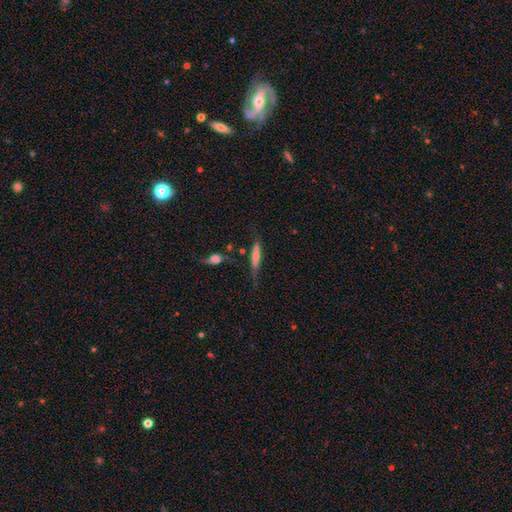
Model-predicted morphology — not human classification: type=featured or disk (51%); edge-on=yes (84%); merging=none (53%).